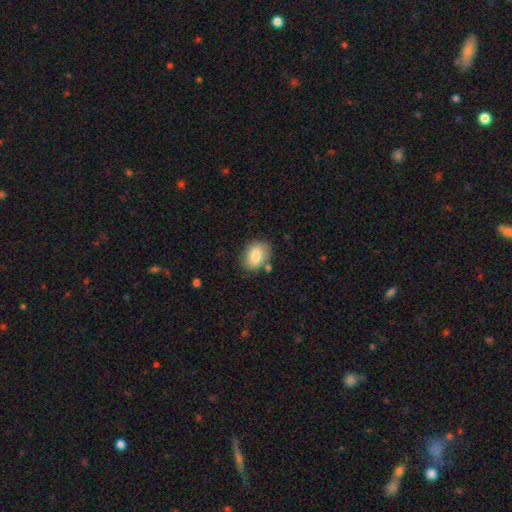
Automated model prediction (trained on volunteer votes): Smooth or featured? Predicted: smooth (p=0.82). How rounded? Predicted: in between (p=0.68). Merging? Predicted: none (p=0.75).